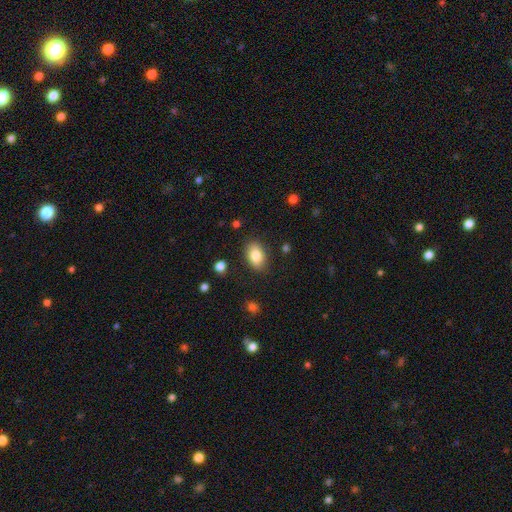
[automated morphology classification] This is clearly a smooth galaxy (84%). How rounded: clearly in between (87%). Merging: clearly none (84%).